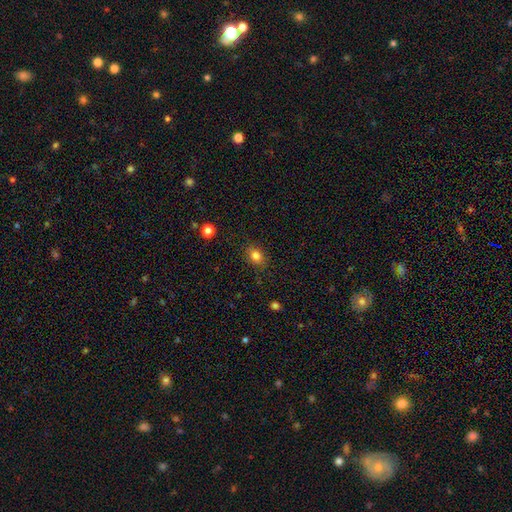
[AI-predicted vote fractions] A smooth galaxy with no disk features (82%) that is in between round and cigar-shaped (57%). Merging: none (84%).